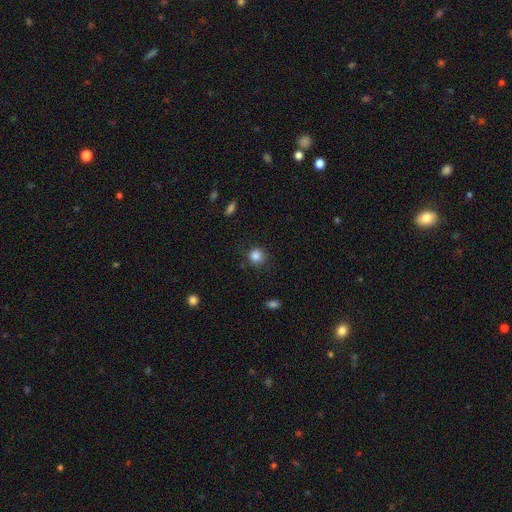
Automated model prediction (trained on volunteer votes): A smooth galaxy with no disk features (85%) that is round (90%). Merging: none (83%).